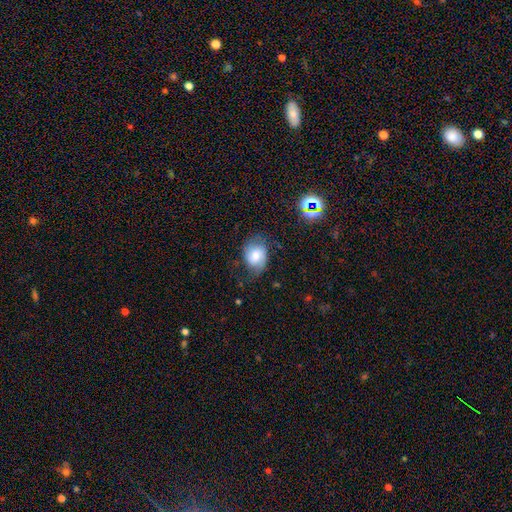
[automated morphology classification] This appears to be a smooth galaxy with no disk features (48%). Merging: none (55%).